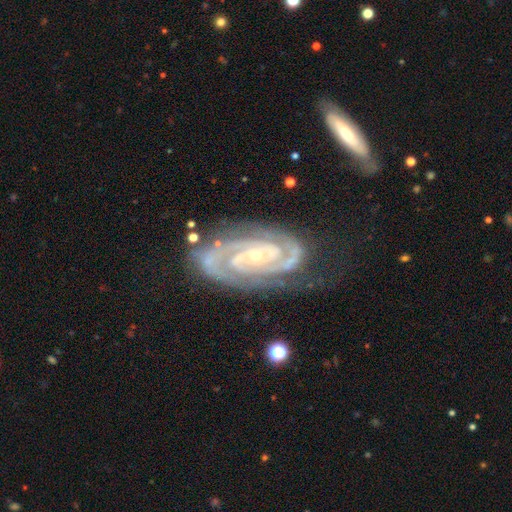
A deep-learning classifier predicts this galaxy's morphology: smooth-or-featured: featured or disk: 92% | star or artifact: 5% | smooth: 3%
  disk-edge-on: no: 96% | yes: 4%
    bar: no: 60% | weak: 24% | strong: 15%
    has-spiral-arms: yes: 98% | no: 2%
      spiral-winding: tight: 74% | medium: 23% | loose: 3%
      spiral-arm-count: 2: 71% | 3: 13% | can't tell: 7% | 4: 4% | more than 4: 3% | 1: 3%
    bulge-size: small: 72% | moderate: 25% | none: 1% | large: 1% | dominant: 1%
  merging: none: 68% | minor disturbance: 21% | major disturbance: 8% | merger: 3%